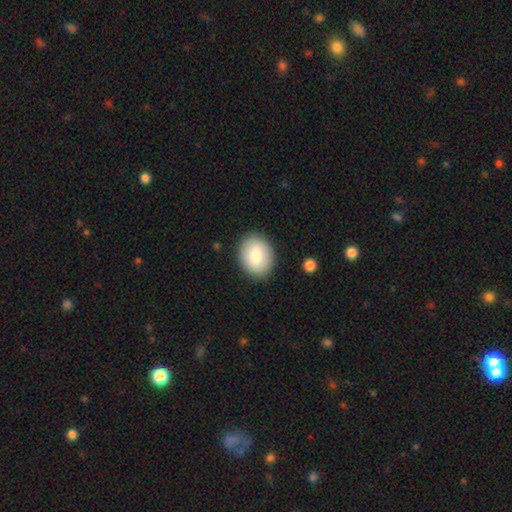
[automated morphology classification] smooth-or-featured: smooth: 81% | featured or disk: 12% | star or artifact: 7%
  how-rounded: in between: 52% | round: 47% | cigar-shaped: 1%
  merging: none: 87% | minor disturbance: 9% | major disturbance: 2% | merger: 1%